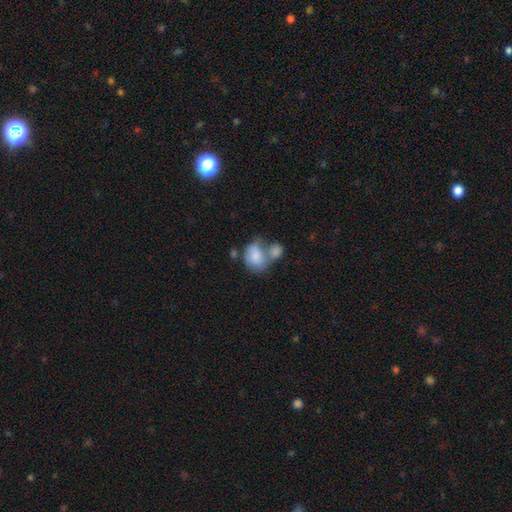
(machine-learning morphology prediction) smooth_or_featured: smooth (p=0.78) [alt: featured or disk p=0.16]
how_rounded: in between (p=0.66) [alt: round p=0.33]
merging: merger (p=0.60) [alt: none p=0.20]